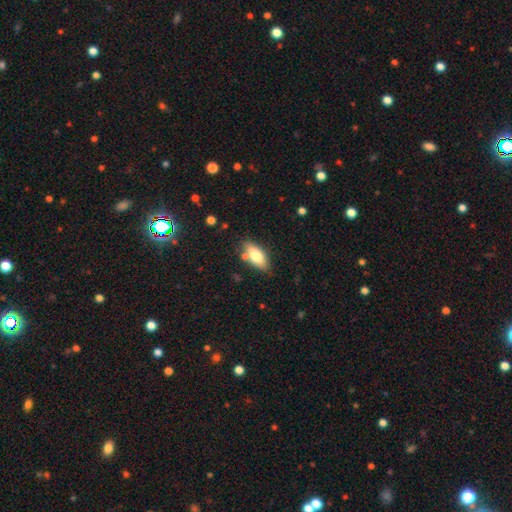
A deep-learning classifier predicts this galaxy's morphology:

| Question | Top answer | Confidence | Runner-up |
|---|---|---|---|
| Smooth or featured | smooth | 75% | featured or disk (18%) |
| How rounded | in between | 83% | cigar-shaped (14%) |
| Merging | none | 76% | minor disturbance (14%) |